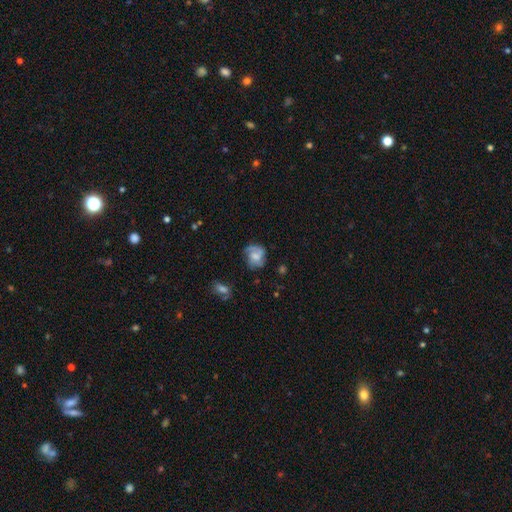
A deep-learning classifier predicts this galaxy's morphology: type=featured or disk (60%); edge-on=no (98%); bar=no (59%); spiral arms=yes (85%); bulge=moderate (39%); merging=none (58%).